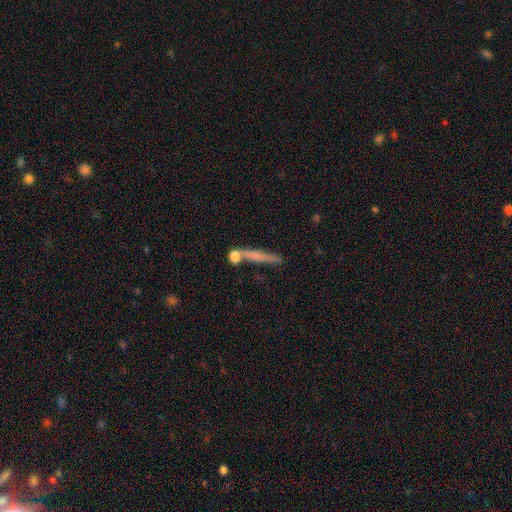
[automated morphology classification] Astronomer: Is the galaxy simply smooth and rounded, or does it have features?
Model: smooth — 56% (runner-up: featured or disk, 35%).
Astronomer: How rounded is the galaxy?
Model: cigar-shaped — 89%.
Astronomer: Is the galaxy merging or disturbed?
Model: none — 68%.